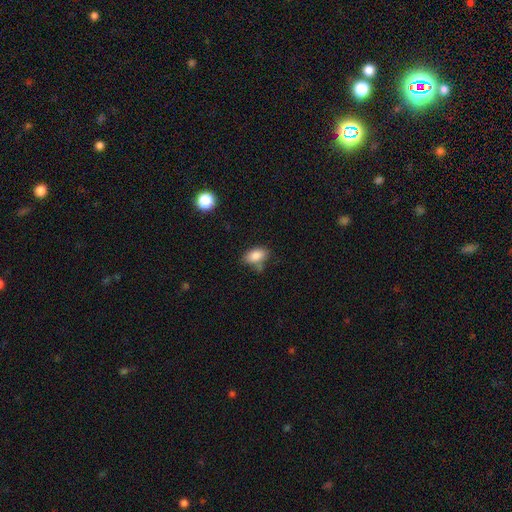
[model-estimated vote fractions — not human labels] Smooth or featured? Predicted: smooth (p=0.85). How rounded? Predicted: in between (p=0.90). Merging? Predicted: none (p=0.65).